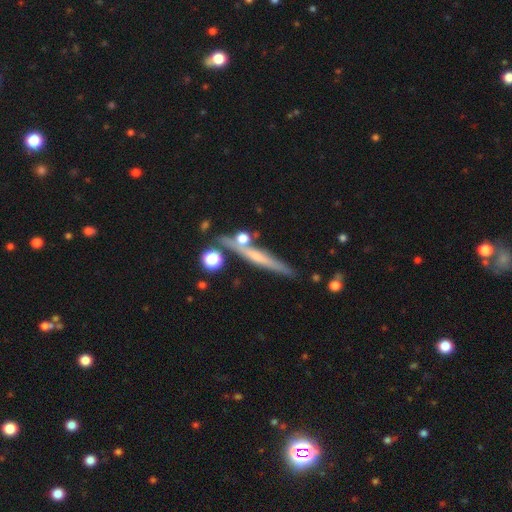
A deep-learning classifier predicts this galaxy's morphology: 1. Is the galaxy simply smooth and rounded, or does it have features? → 58% featured or disk, 33% smooth, 9% star or artifact.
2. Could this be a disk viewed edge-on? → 93% yes, 7% no.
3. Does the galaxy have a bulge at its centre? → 52% none, 40% rounded, 8% boxy.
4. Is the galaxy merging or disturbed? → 75% none, 11% minor disturbance, 11% merger, 3% major disturbance.